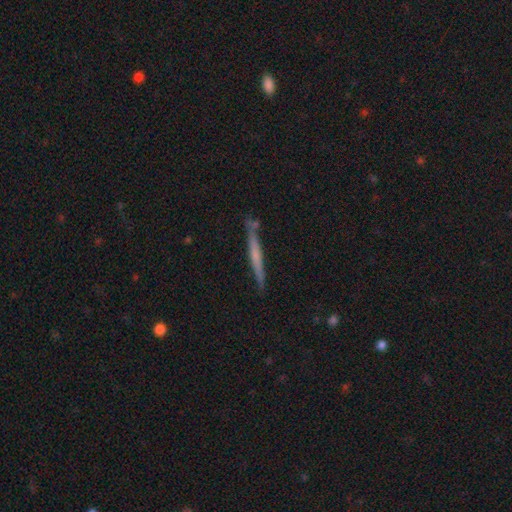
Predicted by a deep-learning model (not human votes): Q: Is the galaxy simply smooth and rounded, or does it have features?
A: featured or disk — 51%.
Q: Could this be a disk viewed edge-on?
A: yes — 96%.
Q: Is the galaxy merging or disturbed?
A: none — 82%.